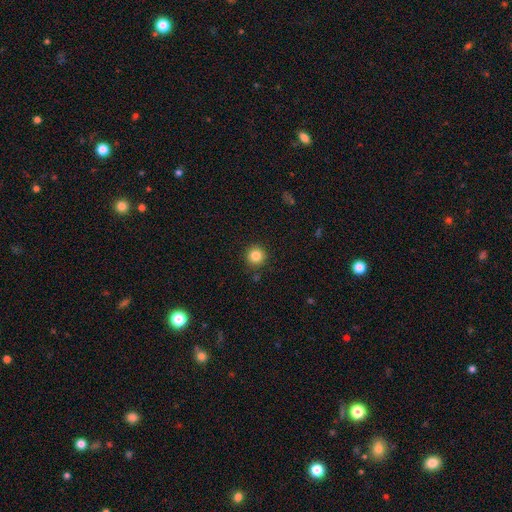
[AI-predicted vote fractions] This is clearly a smooth galaxy (84%). How rounded: clearly round (95%). Merging: clearly none (90%).